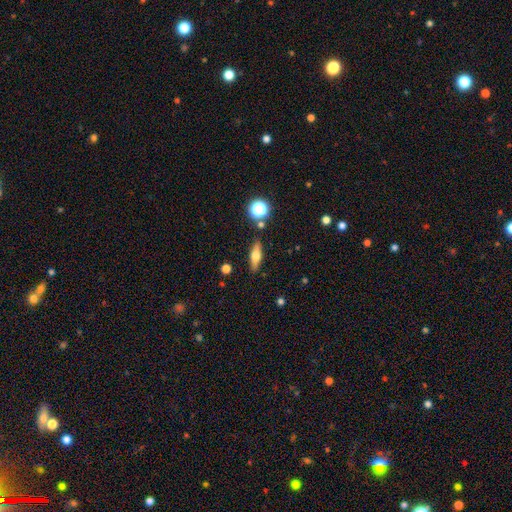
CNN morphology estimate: This is possibly a smooth galaxy (52%). How rounded: possibly cigar-shaped (47%, tied with in between). Merging: clearly none (84%).